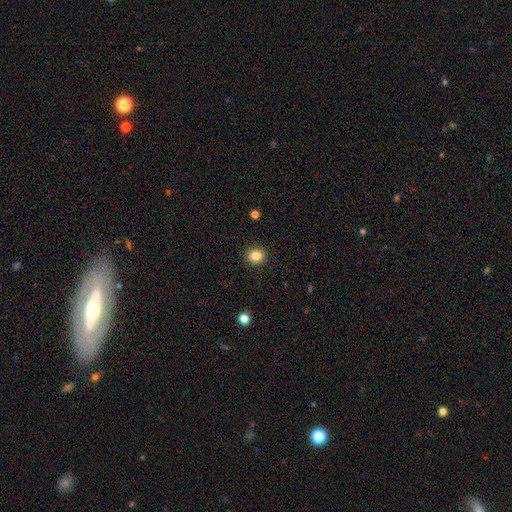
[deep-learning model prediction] smooth-or-featured: smooth: 85% | star or artifact: 10% | featured or disk: 5%
  how-rounded: round: 73% | in between: 26% | cigar-shaped: 1%
  merging: none: 91% | minor disturbance: 6% | major disturbance: 2% | merger: 1%